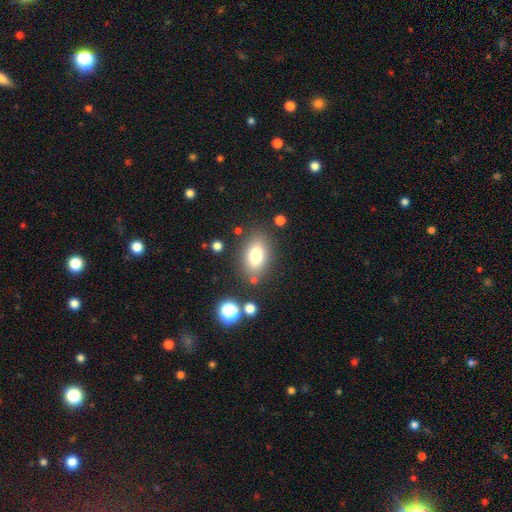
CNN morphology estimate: Q: Smooth or featured?
A: smooth (77%); runner-up: featured or disk (13%)
Q: How rounded?
A: in between (85%); runner-up: round (11%)
Q: Merging?
A: none (80%); runner-up: minor disturbance (12%)